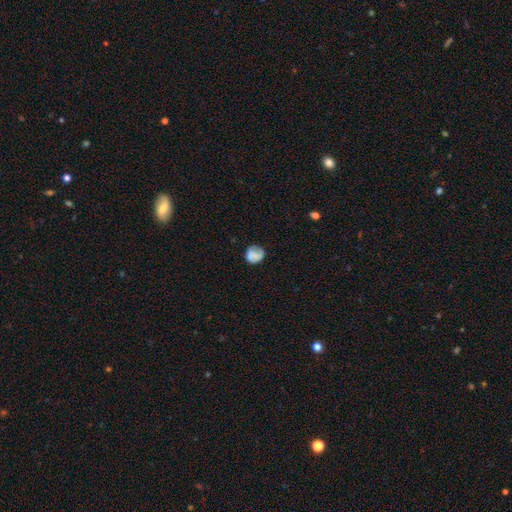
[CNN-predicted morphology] This is likely a smooth galaxy (69%). How rounded: likely round (76%). Merging: possibly none (54%).